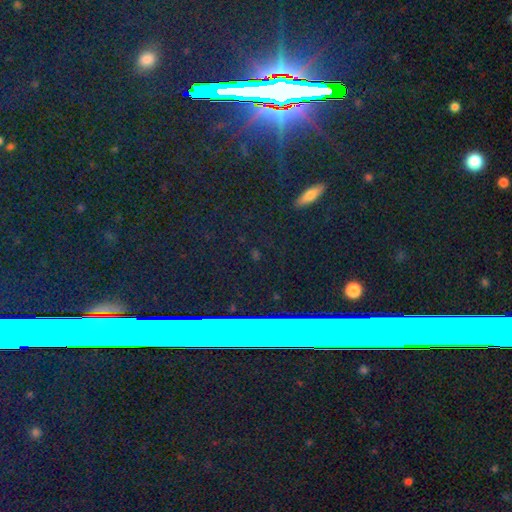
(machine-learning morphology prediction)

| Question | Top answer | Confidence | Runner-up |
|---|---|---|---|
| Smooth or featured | star or artifact | 78% | smooth (12%) |